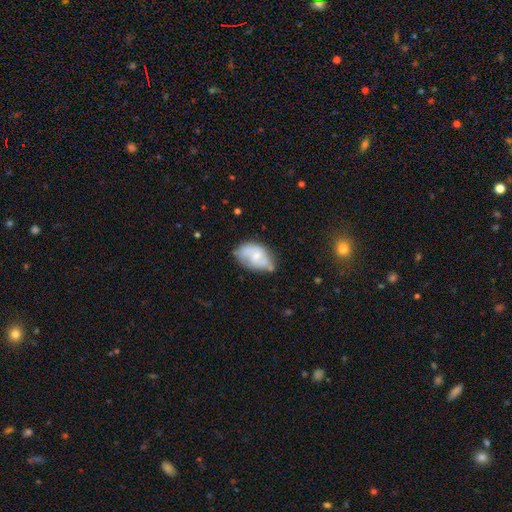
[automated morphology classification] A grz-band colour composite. It shows a smooth galaxy with no disk features (48%). Merging: none (46%).